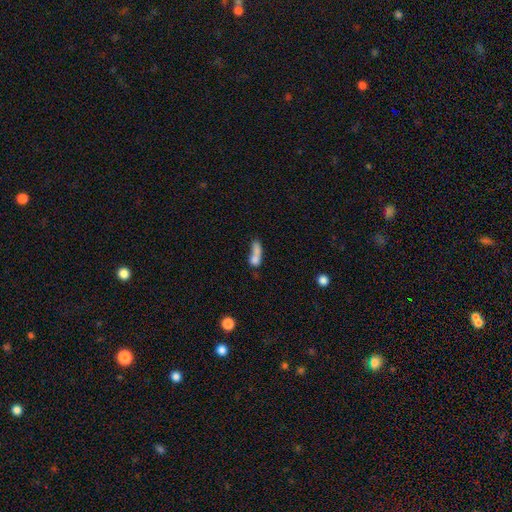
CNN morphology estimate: smooth 69%, featured or disk 20%, star or artifact 11%. Down the decision tree: how rounded — in between (55%); merging — merger (55%).